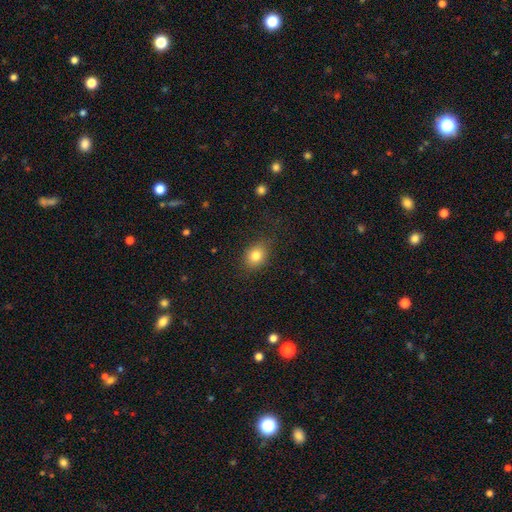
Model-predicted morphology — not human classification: Smooth or featured? Predicted: smooth (p=0.81). How rounded? Predicted: round (p=0.51). Merging? Predicted: none (p=0.81).